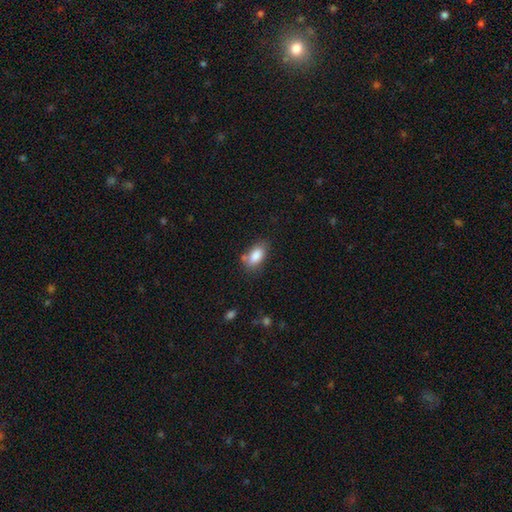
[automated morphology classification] type=smooth (85%); roundness=in between (90%); merging=none (64%).